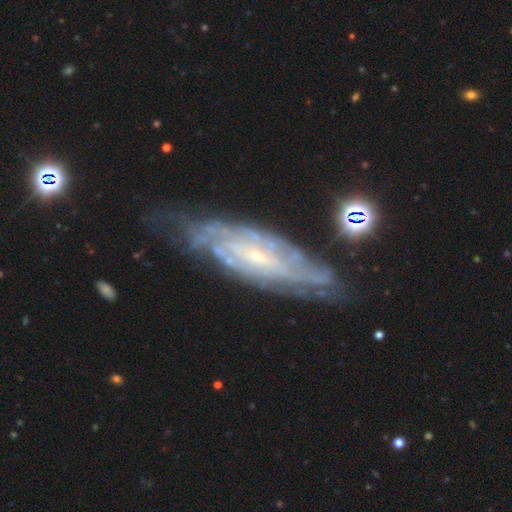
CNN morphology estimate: Smooth or featured?
  - featured or disk: 85% *
  - smooth: 8%
  - star or artifact: 6%
Edge-on disk?
  - no: 84% *
  - yes: 16%
Bar?
  - no: 45% *
  - weak: 40%
  - strong: 15%
Spiral arms?
  - yes: 94% *
  - no: 6%
Spiral winding?
  - tight: 69% *
  - medium: 26%
  - loose: 6%
Spiral arm count?
  - can't tell: 47% *
  - 2: 15%
  - 4: 13%
  - 3: 12%
  - more than 4: 8%
  - 1: 5%
Bulge size?
  - small: 74% *
  - moderate: 19%
  - none: 5%
  - large: 1%
  - dominant: 1%
Merging?
  - none: 68% *
  - minor disturbance: 21%
  - major disturbance: 8%
  - merger: 3%